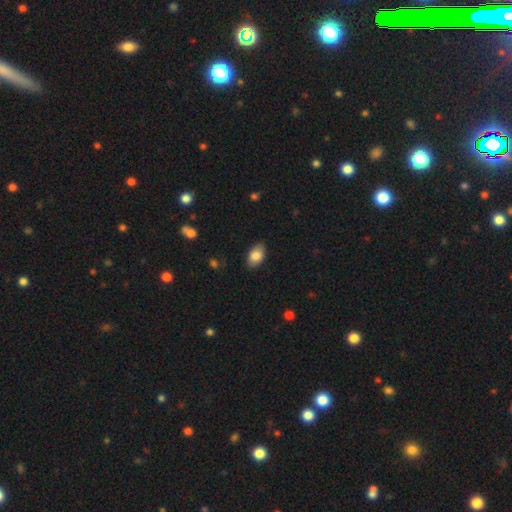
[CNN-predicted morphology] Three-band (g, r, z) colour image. It shows a smooth galaxy with no disk features (84%) that is in between round and cigar-shaped (91%). Merging: none (83%).